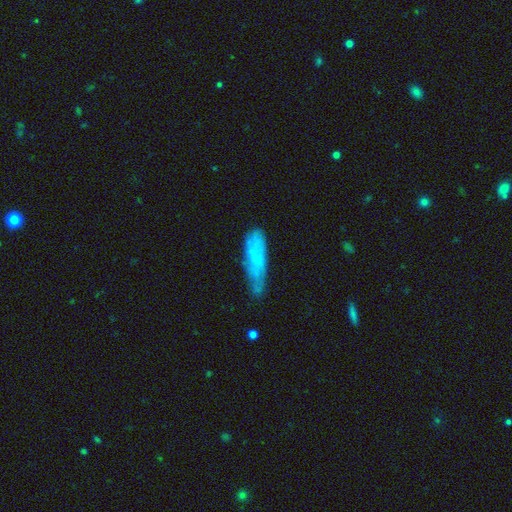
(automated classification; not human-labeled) The model was most divided on "merging": none: 47%, minor disturbance: 36%, major disturbance: 13%, merger: 4%. More confident: smooth or featured — smooth (64%); how rounded — cigar-shaped (61%).